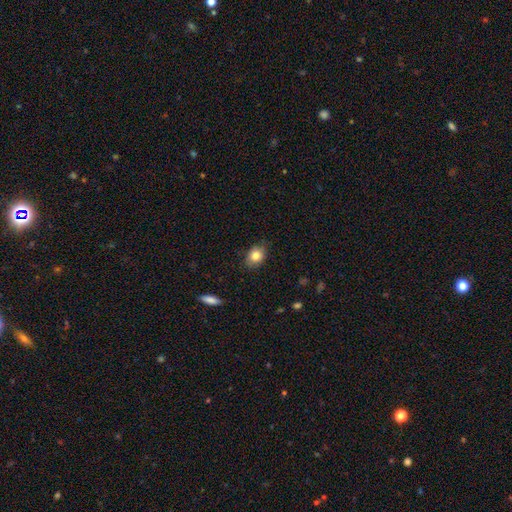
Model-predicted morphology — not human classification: smooth-or-featured: smooth: 82% | featured or disk: 9% | star or artifact: 9%
  how-rounded: in between: 62% | round: 36% | cigar-shaped: 1%
  merging: none: 81% | minor disturbance: 16% | major disturbance: 3% | merger: 1%